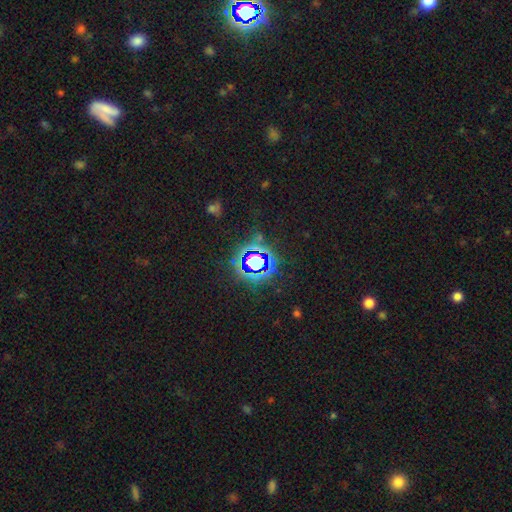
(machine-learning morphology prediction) smooth-or-featured: star or artifact: 75% | smooth: 17% | featured or disk: 7%